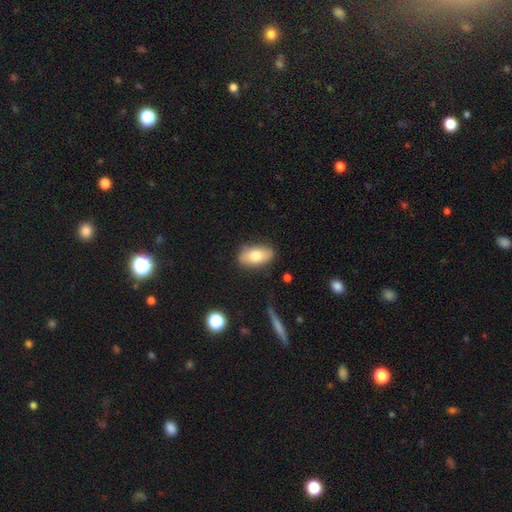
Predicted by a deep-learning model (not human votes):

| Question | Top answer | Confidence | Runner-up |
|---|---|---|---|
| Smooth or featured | smooth | 75% | featured or disk (18%) |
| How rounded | in between | 91% | round (5%) |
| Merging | none | 83% | minor disturbance (13%) |